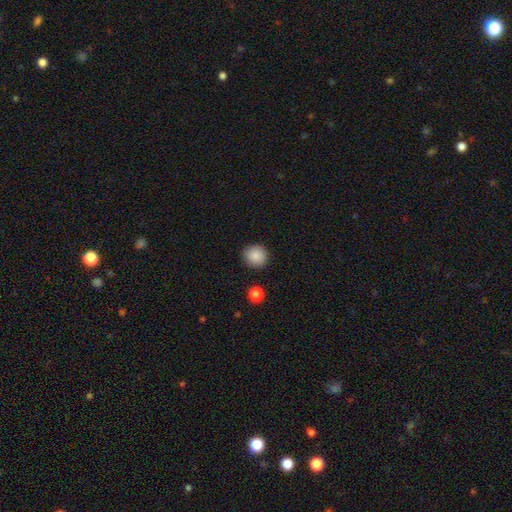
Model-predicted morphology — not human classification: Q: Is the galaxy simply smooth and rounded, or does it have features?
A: smooth — 87%.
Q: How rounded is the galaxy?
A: round — 90%.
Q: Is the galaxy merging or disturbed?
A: none — 89%.